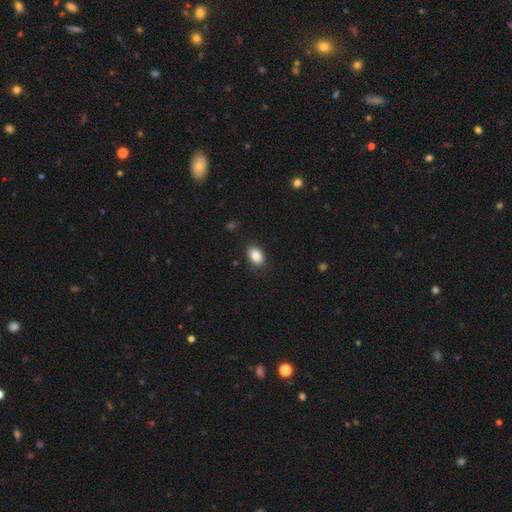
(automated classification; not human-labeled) smooth_or_featured: smooth (p=0.87) [alt: star or artifact p=0.08]
how_rounded: in between (p=0.83) [alt: round p=0.16]
merging: none (p=0.86) [alt: minor disturbance p=0.10]